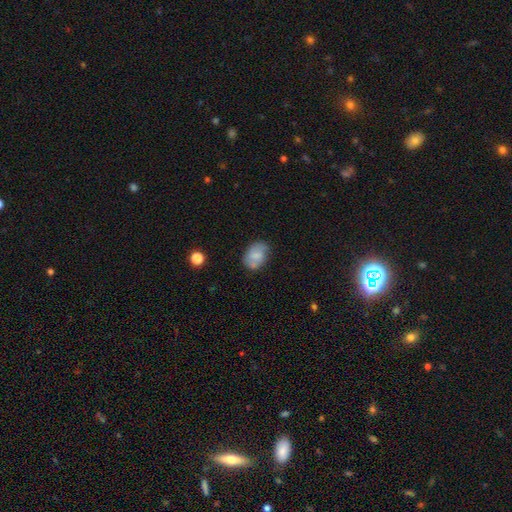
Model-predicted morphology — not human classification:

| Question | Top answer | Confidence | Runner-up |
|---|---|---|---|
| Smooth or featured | smooth | 66% | featured or disk (25%) |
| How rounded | in between | 77% | round (22%) |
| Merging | none | 67% | minor disturbance (23%) |